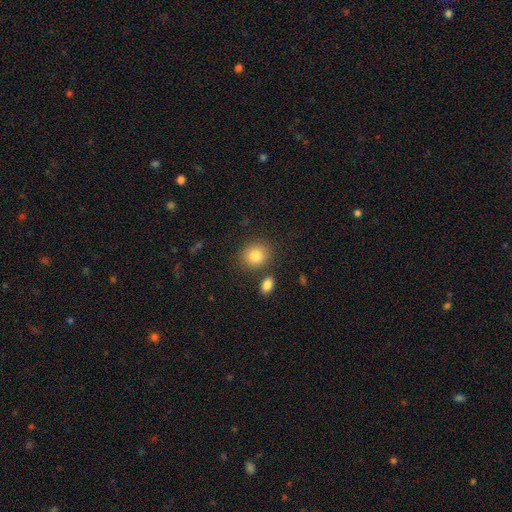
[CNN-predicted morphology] Smooth or featured?
  - smooth: 84% *
  - star or artifact: 9%
  - featured or disk: 7%
How rounded?
  - round: 71% *
  - in between: 28%
  - cigar-shaped: 1%
Merging?
  - none: 79% *
  - minor disturbance: 10%
  - merger: 8%
  - major disturbance: 3%